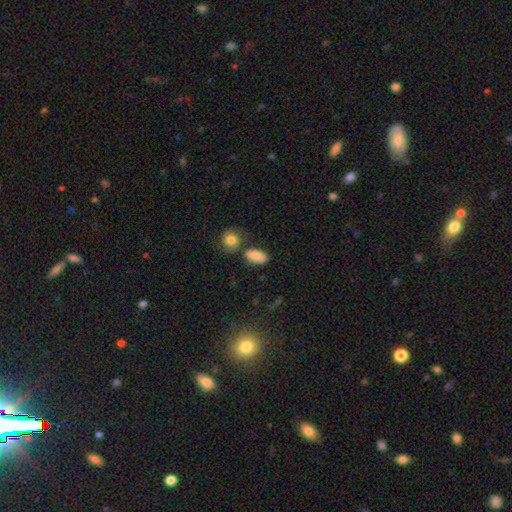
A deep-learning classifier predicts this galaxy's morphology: Smooth or featured: smooth — 81% (featured or disk — 10%)
How rounded: in between — 89% (round — 8%)
Merging: none — 64% (minor disturbance — 18%)